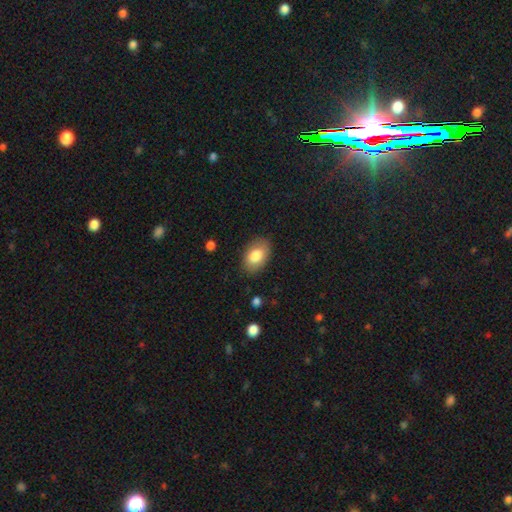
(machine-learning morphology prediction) The model was most divided on "smooth or featured": smooth: 82%, featured or disk: 12%, star or artifact: 7%. More confident: how rounded — in between (90%); merging — none (84%).